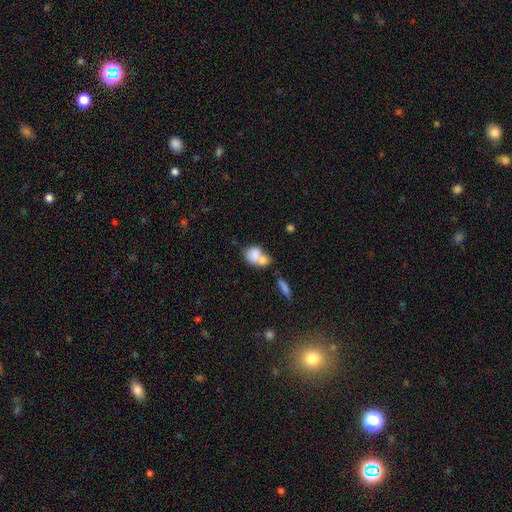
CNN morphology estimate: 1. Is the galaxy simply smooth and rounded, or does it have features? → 77% smooth, 14% featured or disk, 8% star or artifact.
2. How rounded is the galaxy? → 60% in between, 38% round, 2% cigar-shaped.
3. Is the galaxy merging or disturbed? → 63% merger, 22% none, 9% minor disturbance, 6% major disturbance.